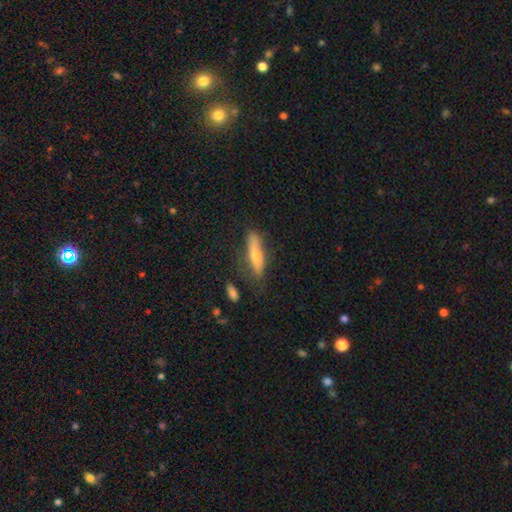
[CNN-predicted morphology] This is possibly a smooth galaxy (53%). How rounded: likely cigar-shaped (78%). Merging: likely none (75%).